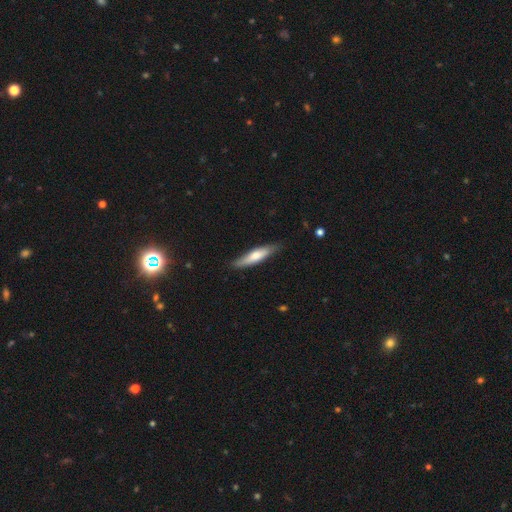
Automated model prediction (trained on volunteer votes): smooth-or-featured: smooth: 61% | featured or disk: 34% | star or artifact: 5%
  how-rounded: cigar-shaped: 80% | in between: 19% | round: 2%
  merging: none: 82% | minor disturbance: 15% | major disturbance: 2% | merger: 1%